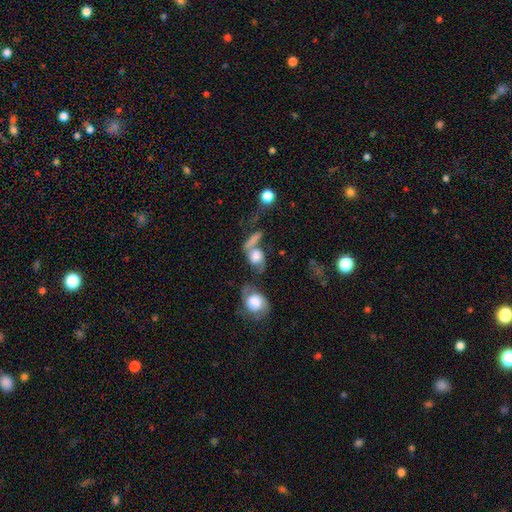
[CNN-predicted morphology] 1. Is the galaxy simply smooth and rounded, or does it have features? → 47% smooth, 42% featured or disk, 11% star or artifact.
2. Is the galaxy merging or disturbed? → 53% merger, 20% none, 17% major disturbance, 10% minor disturbance.